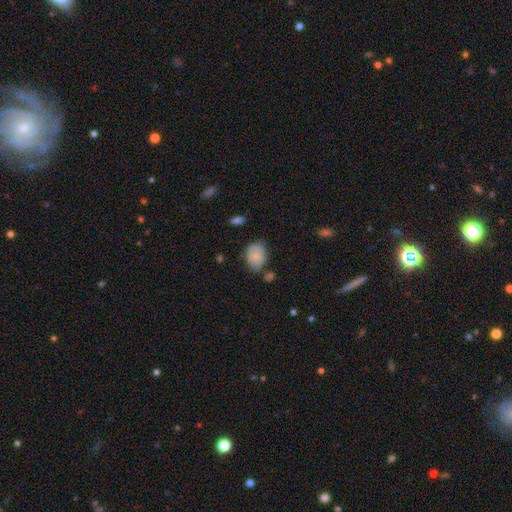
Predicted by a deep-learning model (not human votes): smooth 78%, featured or disk 15%, star or artifact 8%. Down the decision tree: how rounded — in between (69%); merging — none (55%).